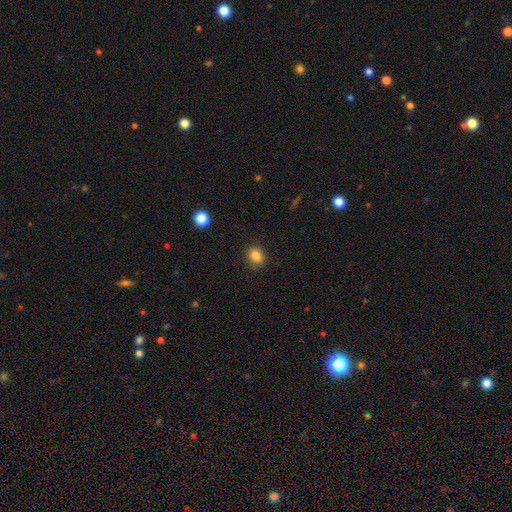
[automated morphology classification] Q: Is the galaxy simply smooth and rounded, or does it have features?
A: smooth — 84%.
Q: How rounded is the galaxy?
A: in between — 55%.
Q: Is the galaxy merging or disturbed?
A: none — 87%.